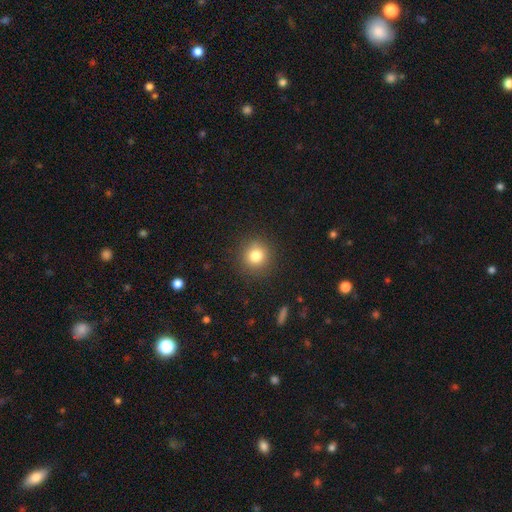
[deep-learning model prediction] This appears to be a smooth galaxy with no disk features (81%) that is round (92%). Merging: none (89%).